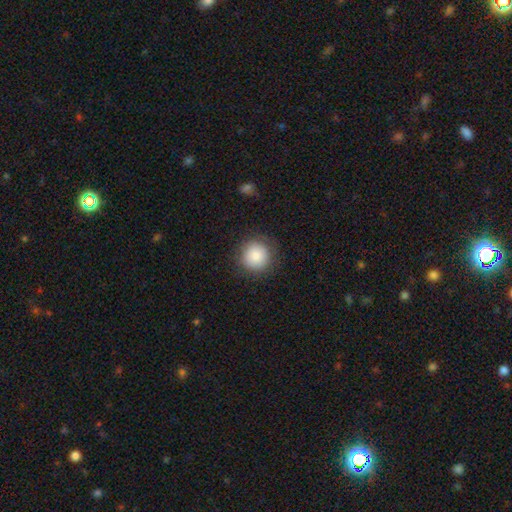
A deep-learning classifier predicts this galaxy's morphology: smooth-or-featured: smooth: 84% | star or artifact: 9% | featured or disk: 7%
  how-rounded: round: 94% | in between: 5% | cigar-shaped: 1%
  merging: none: 87% | minor disturbance: 9% | major disturbance: 3% | merger: 1%